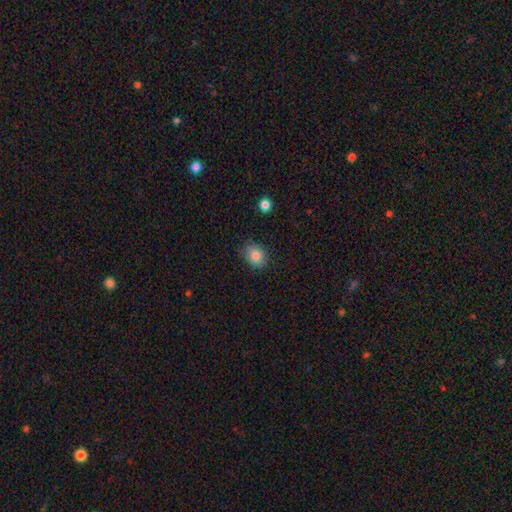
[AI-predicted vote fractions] Overall: smooth (83%). How rounded: in between (50%; round 49%). Merging: none (79%).